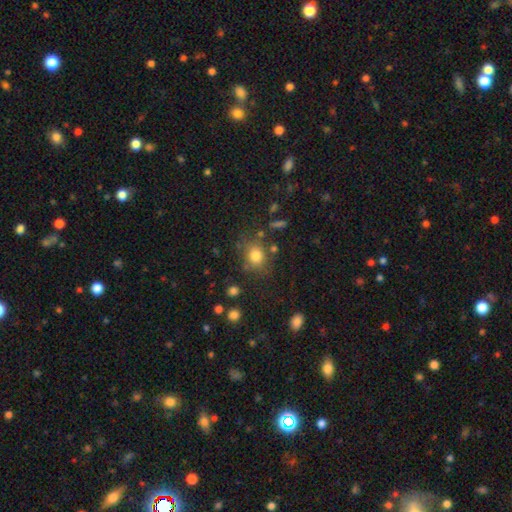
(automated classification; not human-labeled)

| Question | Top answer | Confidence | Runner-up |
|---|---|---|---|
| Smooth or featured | smooth | 79% | star or artifact (12%) |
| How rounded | round | 59% | in between (39%) |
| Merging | none | 71% | minor disturbance (16%) |